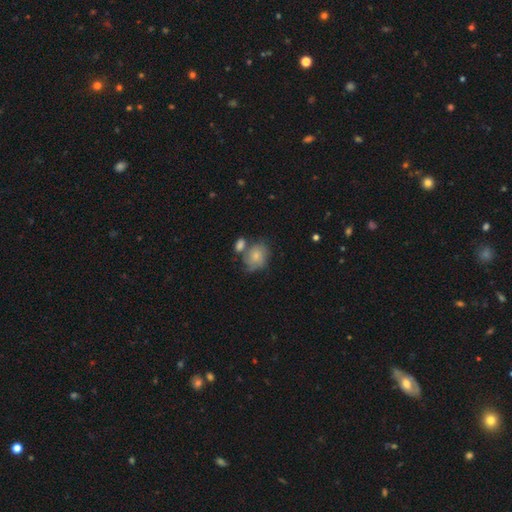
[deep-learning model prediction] This appears to be a smooth galaxy with no disk features (62%) that is in between round and cigar-shaped (51%). Merging: none (42%).